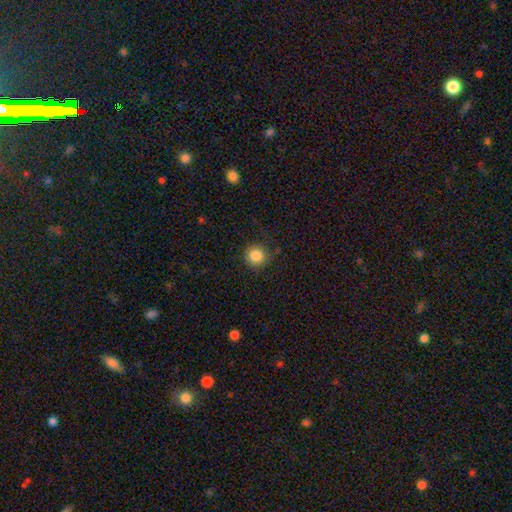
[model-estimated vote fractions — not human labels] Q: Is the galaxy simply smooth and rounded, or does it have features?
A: smooth — 85%.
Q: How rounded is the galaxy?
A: round — 95%.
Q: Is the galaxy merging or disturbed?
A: none — 86%.